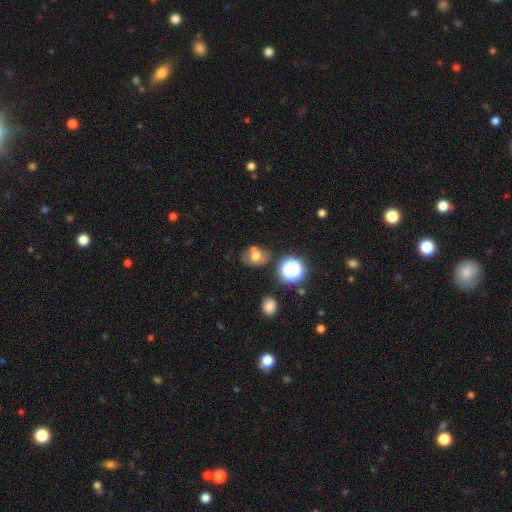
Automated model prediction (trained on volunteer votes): smooth 57%, featured or disk 25%, star or artifact 18%. Down the decision tree: how rounded — in between (53%); merging — none (53%).